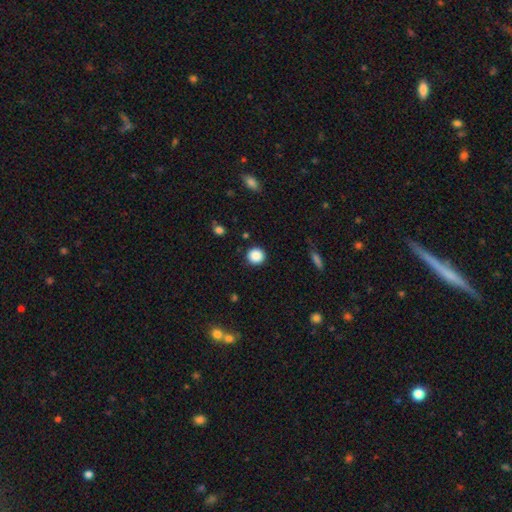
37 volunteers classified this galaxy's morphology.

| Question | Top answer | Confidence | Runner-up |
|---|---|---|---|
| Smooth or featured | smooth | 95% | featured or disk (3%) |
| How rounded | round | 100% | — |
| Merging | none | 92% | major disturbance (6%) |